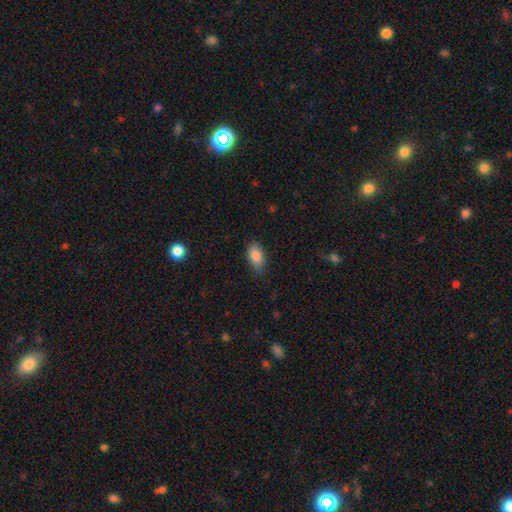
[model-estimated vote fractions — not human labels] This appears to be a smooth galaxy with no disk features (86%) that is in between round and cigar-shaped (91%). Merging: none (84%).